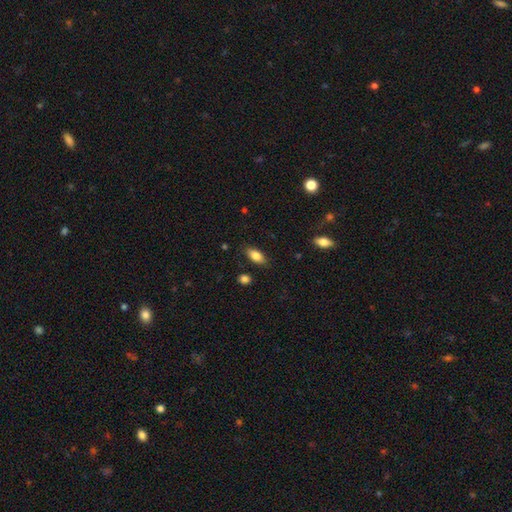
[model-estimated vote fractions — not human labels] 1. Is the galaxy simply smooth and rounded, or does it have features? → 83% smooth, 10% featured or disk, 8% star or artifact.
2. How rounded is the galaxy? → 88% in between, 9% cigar-shaped, 4% round.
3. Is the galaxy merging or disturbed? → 83% none, 12% minor disturbance, 3% major disturbance, 2% merger.